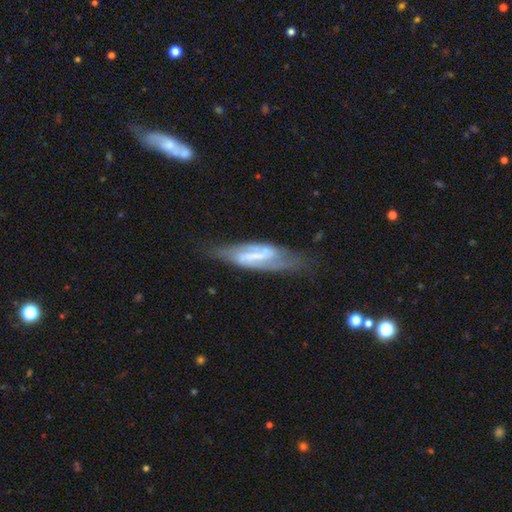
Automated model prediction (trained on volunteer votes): Smooth or featured? Predicted: featured or disk (p=0.77). Edge-on disk? Predicted: no (p=0.81). Bar? Predicted: strong (p=0.59). Spiral arms? Predicted: yes (p=0.83). Spiral winding? Predicted: medium (p=0.41). Spiral arm count? Predicted: 2 (p=0.83). Bulge size? Predicted: small (p=0.41). Merging? Predicted: none (p=0.64).